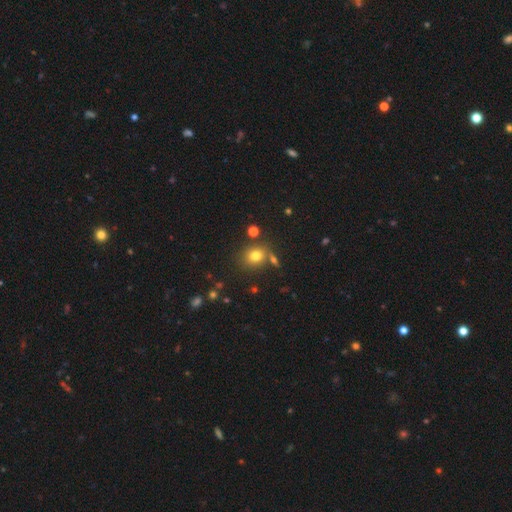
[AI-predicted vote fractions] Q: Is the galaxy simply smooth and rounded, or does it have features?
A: smooth — 76%.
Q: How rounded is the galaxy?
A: round — 68%.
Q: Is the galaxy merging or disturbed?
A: none — 71%.